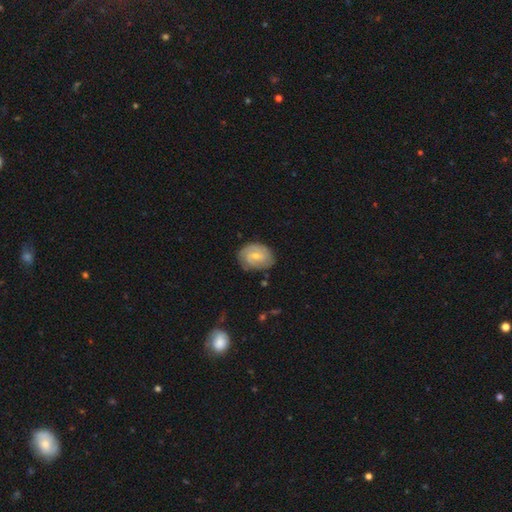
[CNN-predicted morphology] Smooth or featured: featured or disk — 69% (smooth — 25%)
Edge-on disk: no — 97% (yes — 3%)
Bar: no — 49% (weak — 44%)
Spiral arms: yes — 89% (no — 11%)
Spiral winding: tight — 62% (medium — 29%)
Spiral arm count: 2 — 46% (can't tell — 28%)
Bulge size: small — 53% (moderate — 44%)
Merging: none — 76% (minor disturbance — 18%)